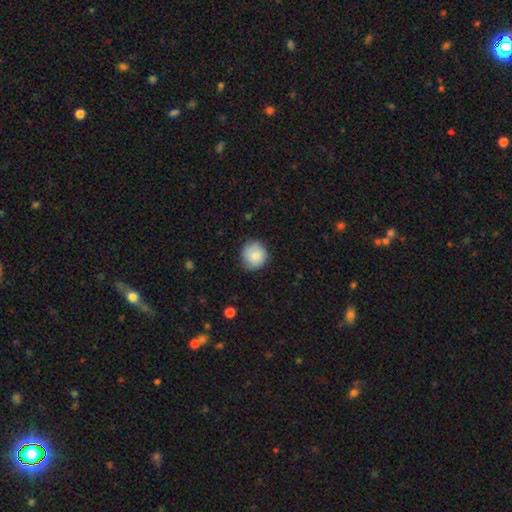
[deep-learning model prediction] The model was most divided on "merging": none: 79%, minor disturbance: 17%, major disturbance: 3%, merger: 1%. More confident: how rounded — round (89%); smooth or featured — smooth (83%).